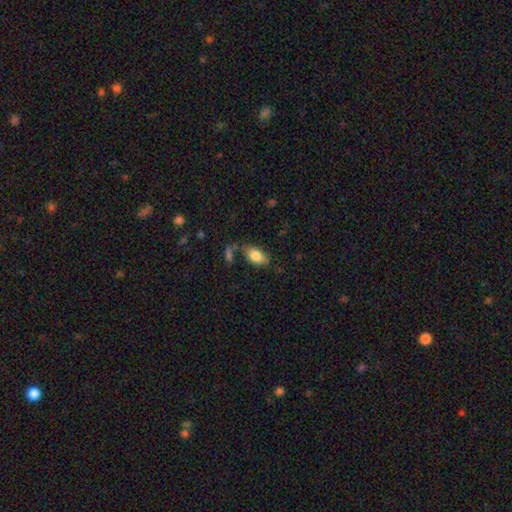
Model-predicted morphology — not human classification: Overall: smooth (82%). How rounded: in between (92%). Merging: none (71%).